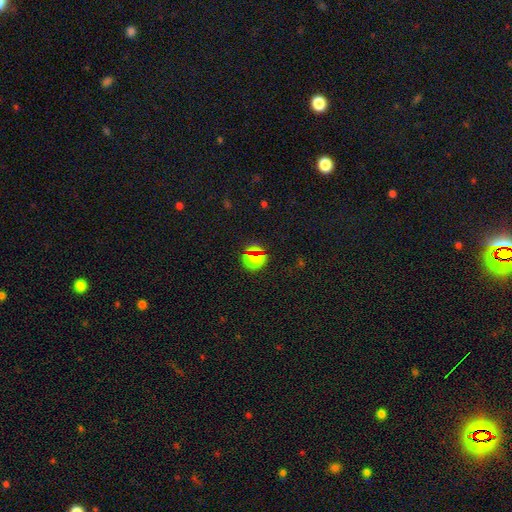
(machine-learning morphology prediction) Q: Smooth or featured?
A: smooth (56%); runner-up: star or artifact (37%)
Q: How rounded?
A: round (83%); runner-up: in between (15%)
Q: Merging?
A: none (83%); runner-up: minor disturbance (9%)